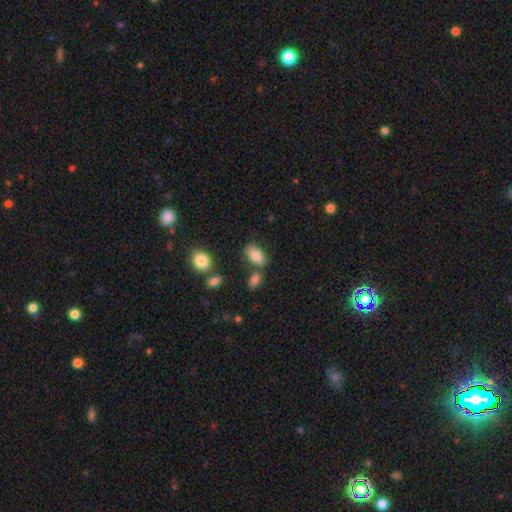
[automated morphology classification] This appears to be a smooth galaxy with no disk features (80%) that is in between round and cigar-shaped (91%). Merging: none (72%).